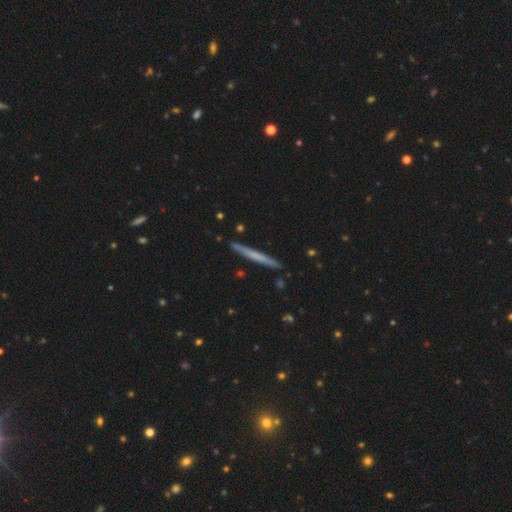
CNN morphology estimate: type=smooth (53%); roundness=cigar-shaped (97%); merging=none (90%).